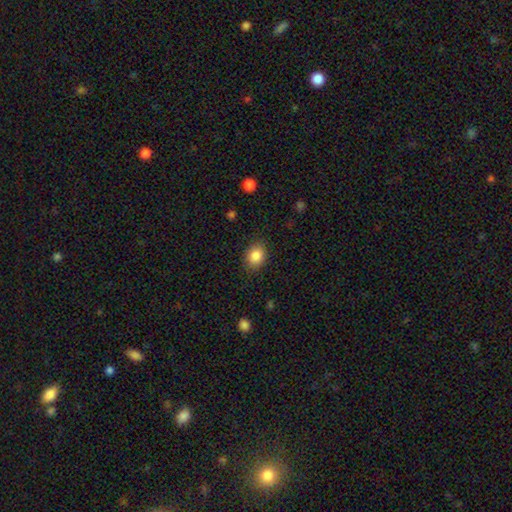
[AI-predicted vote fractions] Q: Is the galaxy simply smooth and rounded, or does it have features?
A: smooth — 86%.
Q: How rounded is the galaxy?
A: in between — 58%.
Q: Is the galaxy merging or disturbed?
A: none — 82%.